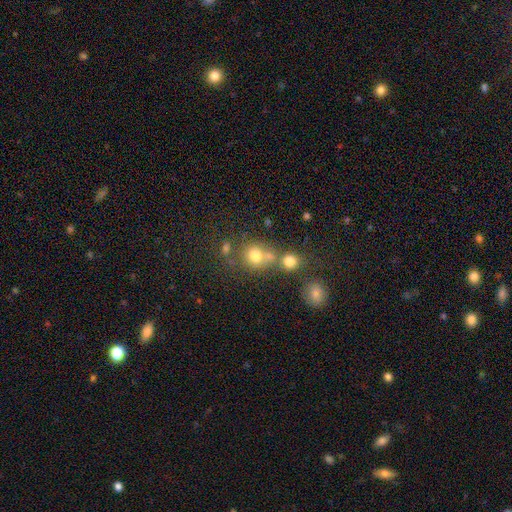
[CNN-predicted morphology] This is likely a smooth galaxy (73%). How rounded: clearly round (81%). Merging: possibly none (49%).